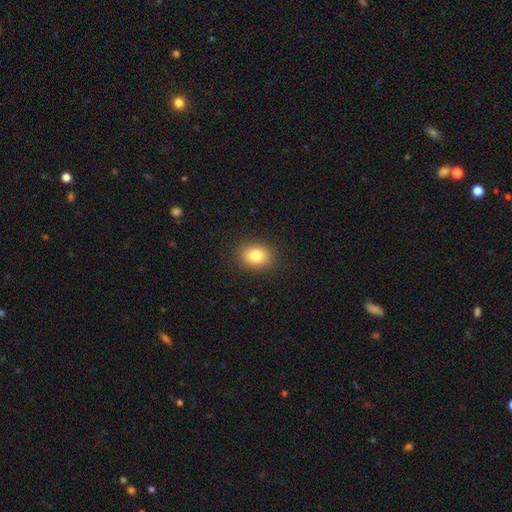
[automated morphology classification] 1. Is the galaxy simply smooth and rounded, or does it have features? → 82% smooth, 10% star or artifact, 9% featured or disk.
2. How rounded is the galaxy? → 62% in between, 37% round, 1% cigar-shaped.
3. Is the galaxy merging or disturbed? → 89% none, 8% minor disturbance, 2% major disturbance, 1% merger.